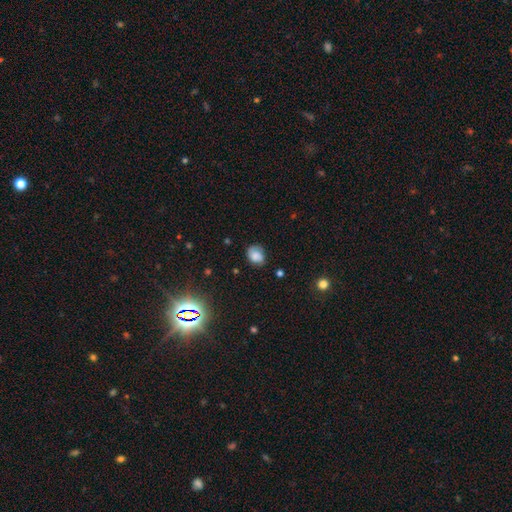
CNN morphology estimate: This appears to be a smooth galaxy with no disk features (75%) that is in between round and cigar-shaped (59%). Merging: none (65%).